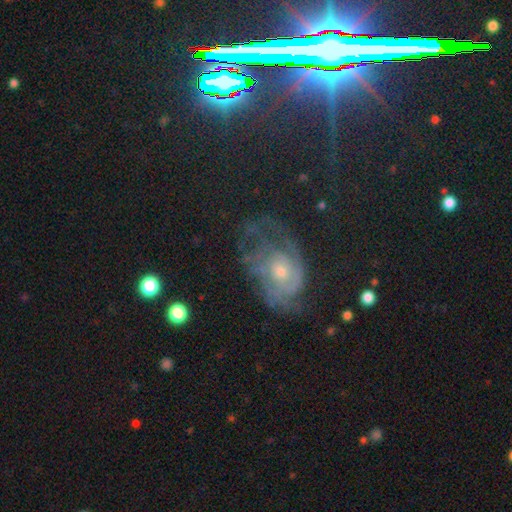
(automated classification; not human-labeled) Smooth or featured? featured or disk (56%)
Edge-on disk? no (92%)
Bar? no (74%)
Spiral arms? yes (80%)
Bulge size? small (53%)
Merging? none (66%)